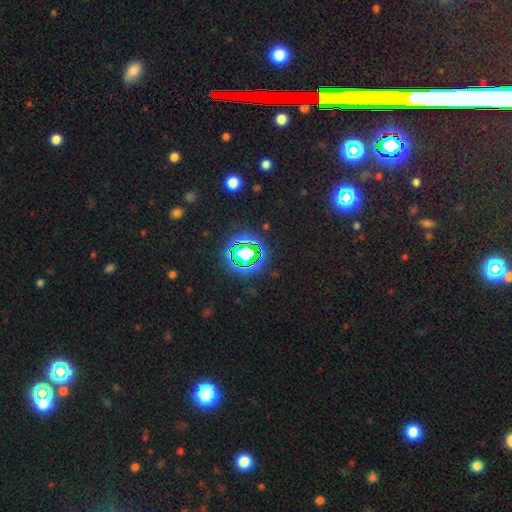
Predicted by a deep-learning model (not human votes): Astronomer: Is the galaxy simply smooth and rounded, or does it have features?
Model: star or artifact — 78%.